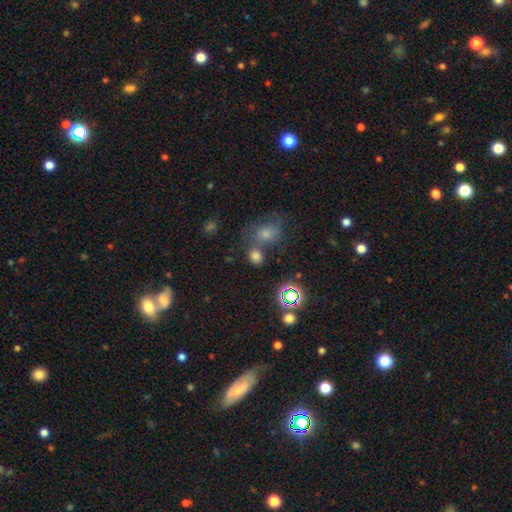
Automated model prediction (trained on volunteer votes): smooth_or_featured: smooth (p=0.68) [alt: star or artifact p=0.24]
how_rounded: round (p=0.51) [alt: in between p=0.48]
merging: none (p=0.49) [alt: merger p=0.34]